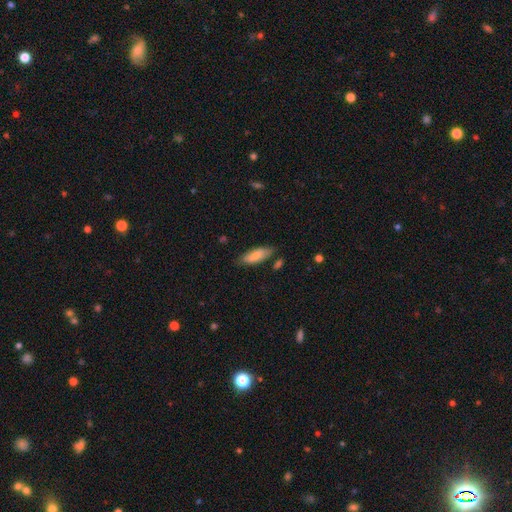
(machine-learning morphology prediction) smooth 79%, featured or disk 15%, star or artifact 6%. Down the decision tree: how rounded — in between (61%); merging — none (75%).